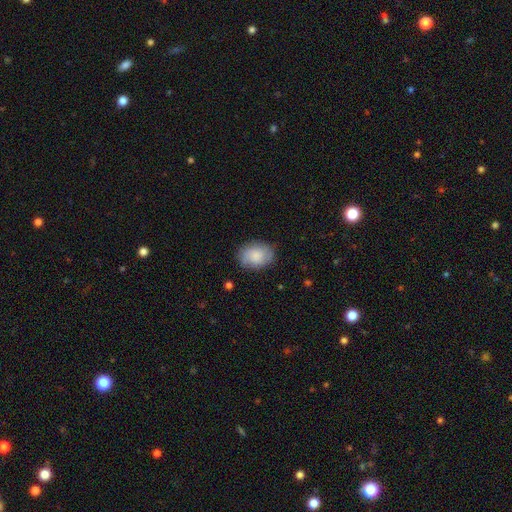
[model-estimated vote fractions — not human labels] Smooth or featured?
  - smooth: 78% *
  - featured or disk: 15%
  - star or artifact: 7%
How rounded?
  - in between: 72% *
  - round: 27%
  - cigar-shaped: 1%
Merging?
  - none: 81% *
  - minor disturbance: 15%
  - major disturbance: 4%
  - merger: 1%